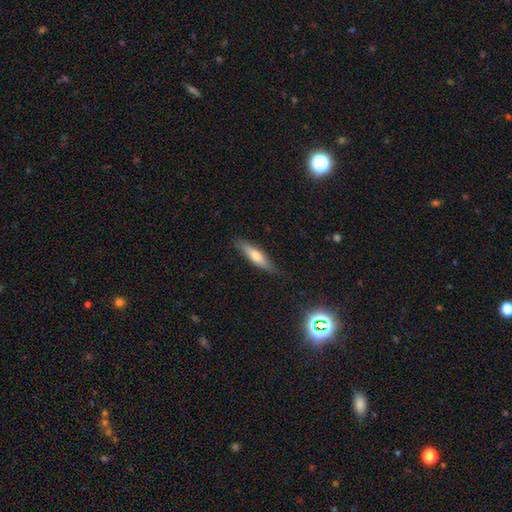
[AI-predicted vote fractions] This is possibly a smooth galaxy (58%). How rounded: likely cigar-shaped (77%). Merging: clearly none (84%).